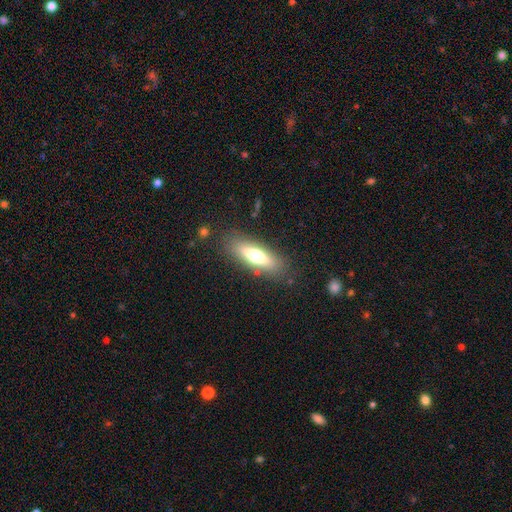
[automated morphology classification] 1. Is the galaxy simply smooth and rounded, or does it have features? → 59% smooth, 34% featured or disk, 8% star or artifact.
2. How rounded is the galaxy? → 49% in between (tied), 49% cigar-shaped (tied), 2% round.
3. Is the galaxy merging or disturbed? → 82% none, 11% minor disturbance, 4% major disturbance, 2% merger.